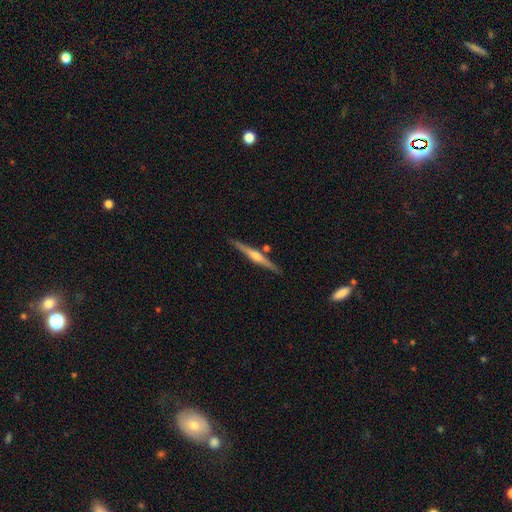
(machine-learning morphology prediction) Smooth or featured?
  - featured or disk: 70% *
  - smooth: 24%
  - star or artifact: 6%
Edge-on disk?
  - yes: 98% *
  - no: 2%
Edge-on bulge?
  - rounded: 78% *
  - none: 13%
  - boxy: 9%
Merging?
  - none: 86% *
  - minor disturbance: 8%
  - merger: 4%
  - major disturbance: 2%